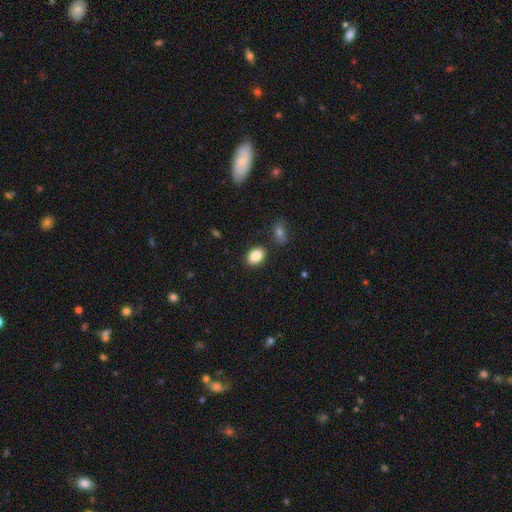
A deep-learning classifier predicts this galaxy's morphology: smooth 86%, star or artifact 8%, featured or disk 6%. Down the decision tree: how rounded — in between (84%); merging — none (85%).